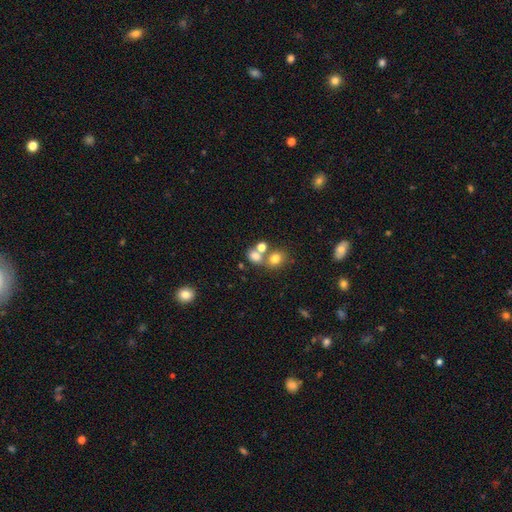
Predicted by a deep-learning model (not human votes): Q: Smooth or featured?
A: smooth (73%); runner-up: star or artifact (15%)
Q: How rounded?
A: round (56%); runner-up: in between (43%)
Q: Merging?
A: none (44%); runner-up: merger (42%)